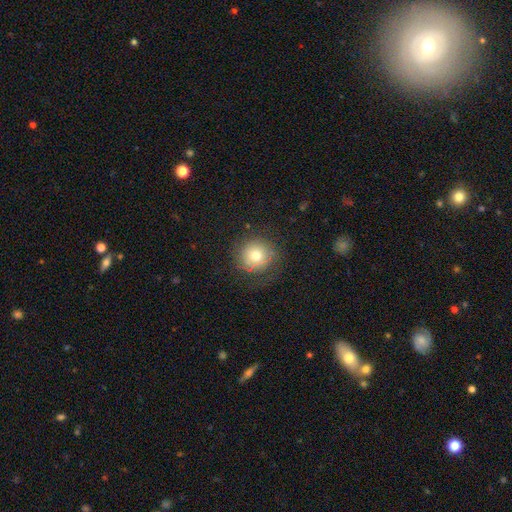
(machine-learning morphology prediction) smooth-or-featured: smooth: 70% | featured or disk: 19% | star or artifact: 12%
  how-rounded: round: 92% | in between: 7% | cigar-shaped: 1%
  merging: none: 76% | minor disturbance: 15% | major disturbance: 8% | merger: 1%